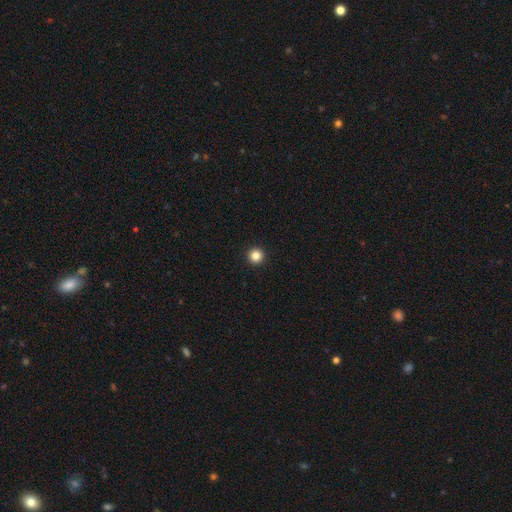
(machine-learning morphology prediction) Smooth or featured? smooth (85%)
How rounded? round (97%)
Merging? none (94%)